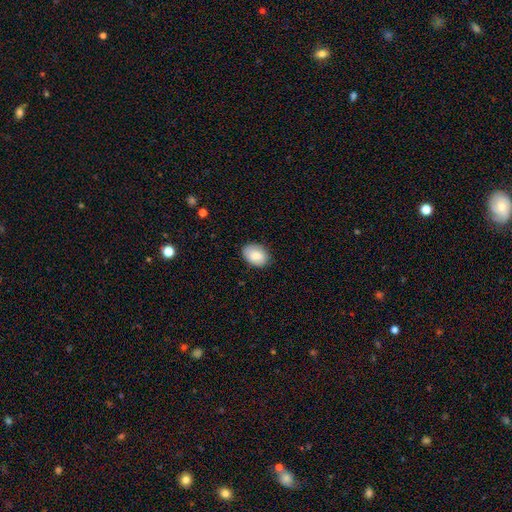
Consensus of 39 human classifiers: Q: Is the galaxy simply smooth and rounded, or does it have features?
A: smooth — 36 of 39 (92%).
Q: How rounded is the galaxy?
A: in between — 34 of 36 (94%).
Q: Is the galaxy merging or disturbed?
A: none — 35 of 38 (92%).